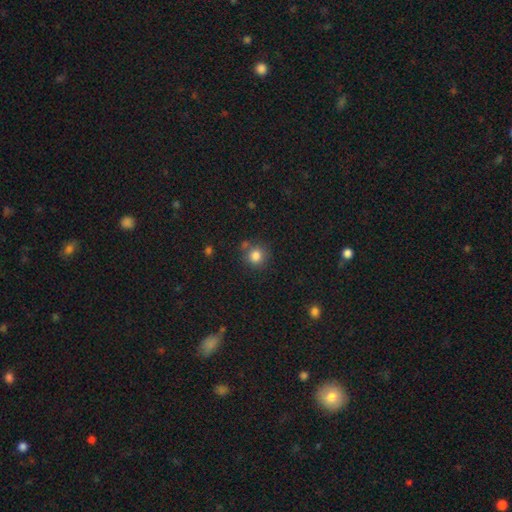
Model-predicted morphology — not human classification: This appears to be a smooth galaxy with no disk features (82%) that is round (91%). Merging: none (74%).